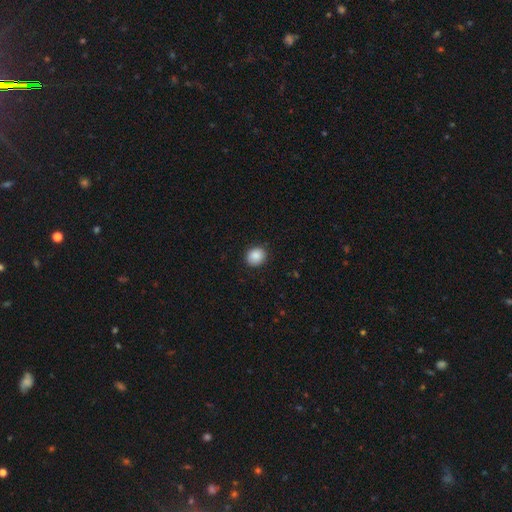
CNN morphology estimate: Smooth or featured? Predicted: smooth (p=0.88). How rounded? Predicted: round (p=0.69). Merging? Predicted: none (p=0.89).